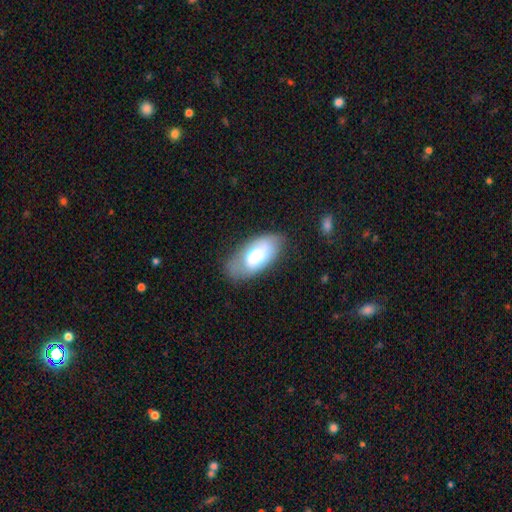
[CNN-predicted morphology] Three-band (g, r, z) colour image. It shows a smooth galaxy with no disk features (69%) that is in between round and cigar-shaped (92%). Merging: none (62%).